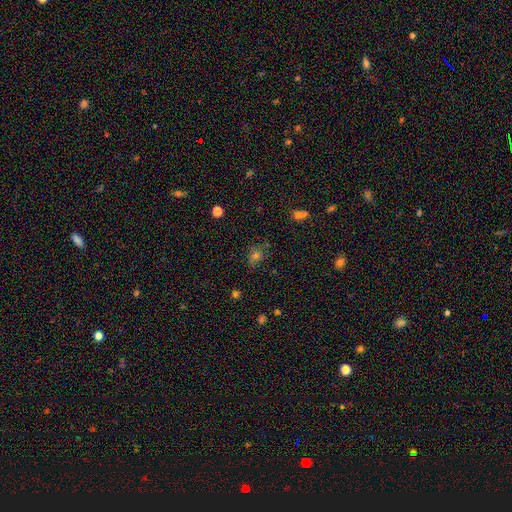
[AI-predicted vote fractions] Q: Smooth or featured?
A: smooth (57%); runner-up: star or artifact (29%)
Q: How rounded?
A: round (55%); runner-up: in between (43%)
Q: Merging?
A: none (68%); runner-up: minor disturbance (20%)